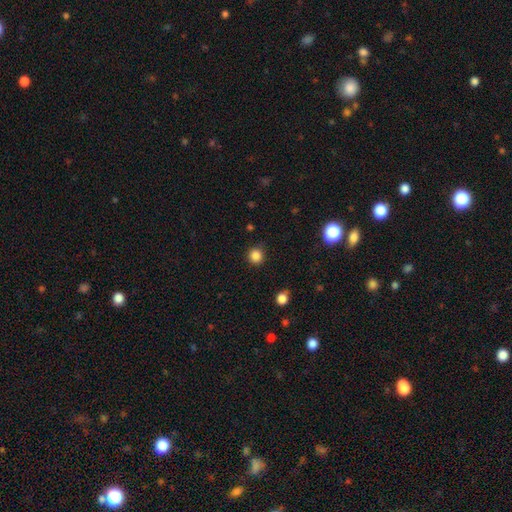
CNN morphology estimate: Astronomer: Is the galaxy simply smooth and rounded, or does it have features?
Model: smooth — 85%.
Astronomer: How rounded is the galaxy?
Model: round — 93%.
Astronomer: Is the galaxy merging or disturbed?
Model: none — 89%.